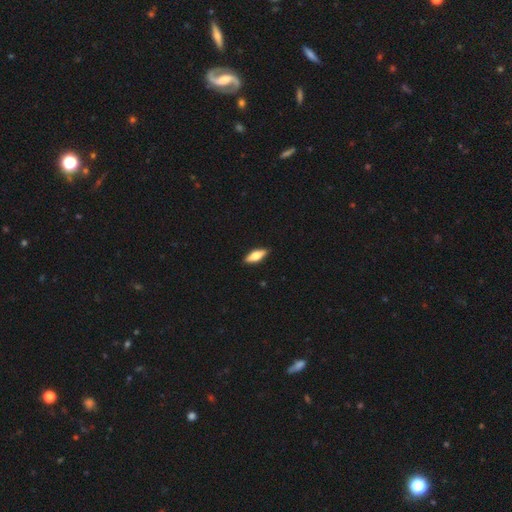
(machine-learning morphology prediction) Q: Smooth or featured?
A: smooth (62%); runner-up: featured or disk (33%)
Q: How rounded?
A: in between (65%); runner-up: cigar-shaped (32%)
Q: Merging?
A: none (90%); runner-up: minor disturbance (7%)